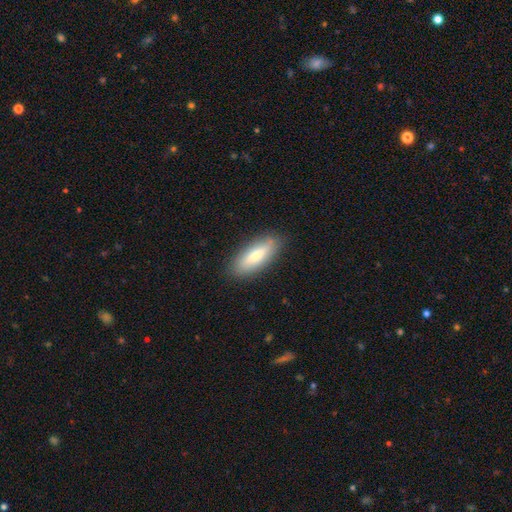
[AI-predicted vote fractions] Smooth or featured?
  - smooth: 76% *
  - featured or disk: 18%
  - star or artifact: 6%
How rounded?
  - in between: 63% *
  - cigar-shaped: 35%
  - round: 2%
Merging?
  - none: 86% *
  - minor disturbance: 10%
  - major disturbance: 3%
  - merger: 1%